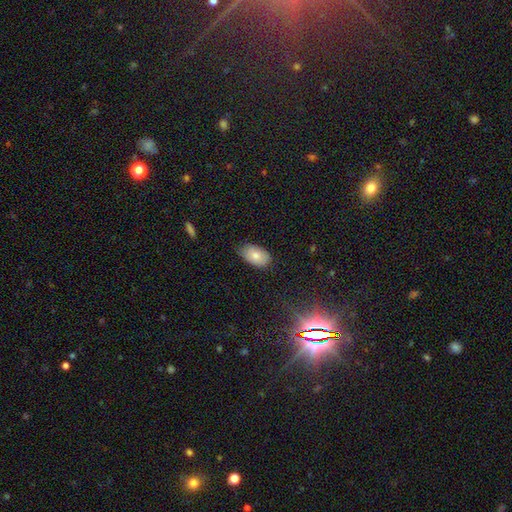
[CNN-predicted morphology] Overall: smooth (79%). How rounded: in between (92%). Merging: none (77%).